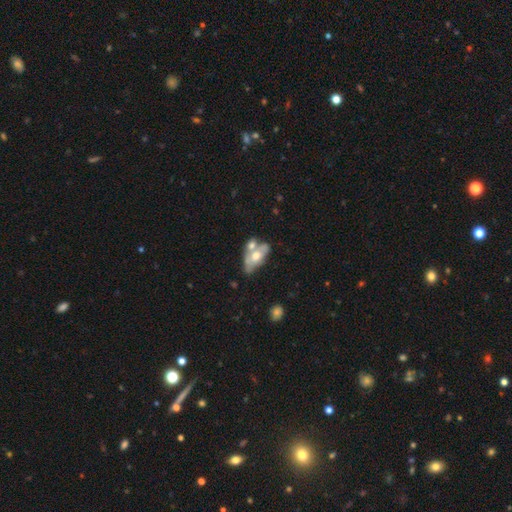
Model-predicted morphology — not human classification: Smooth or featured: smooth — 49% (featured or disk — 44%)
Merging: merger — 52% (none — 23%)